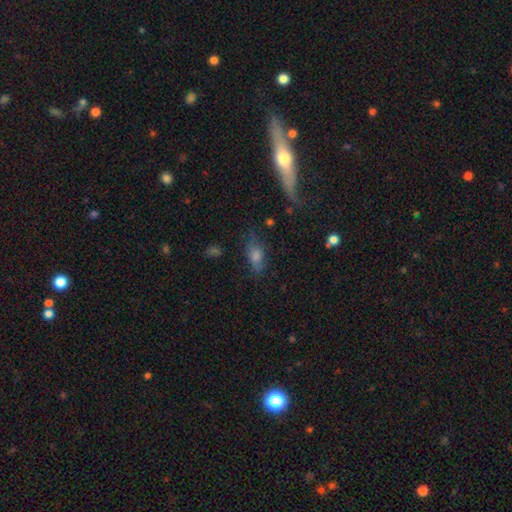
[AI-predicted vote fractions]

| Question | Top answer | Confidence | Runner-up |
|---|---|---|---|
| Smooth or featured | smooth | 56% | featured or disk (27%) |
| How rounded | in between | 70% | cigar-shaped (17%) |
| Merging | none | 62% | minor disturbance (21%) |